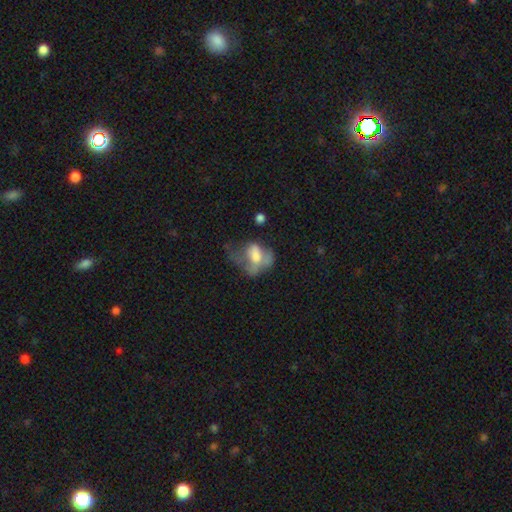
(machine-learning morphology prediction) Overall: smooth (50%; featured or disk 40%). Merging: major disturbance (55%; minor disturbance 20%).